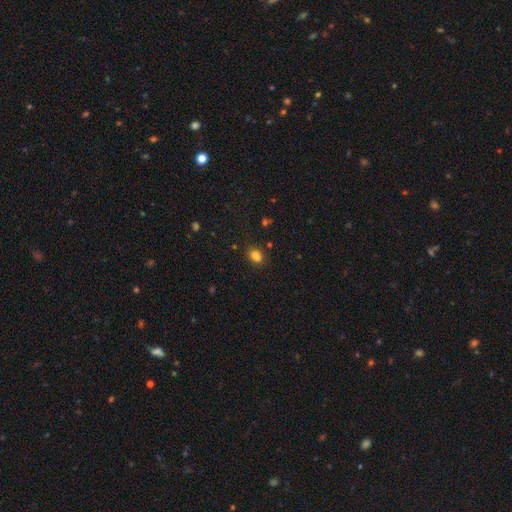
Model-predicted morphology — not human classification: Smooth or featured: smooth — 75% (star or artifact — 17%)
How rounded: in between — 51% (round — 48%)
Merging: none — 58% (merger — 25%)